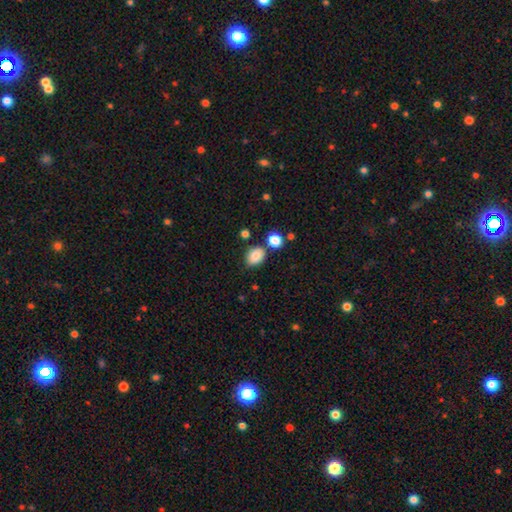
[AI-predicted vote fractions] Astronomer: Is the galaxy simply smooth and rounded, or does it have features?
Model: smooth — 84%.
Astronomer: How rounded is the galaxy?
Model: in between — 67%.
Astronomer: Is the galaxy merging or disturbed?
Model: none — 73%.